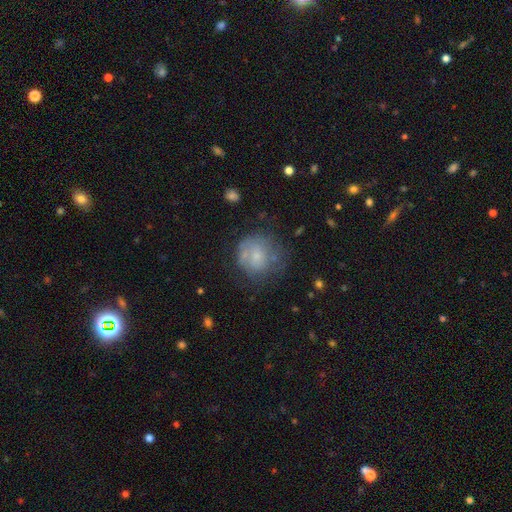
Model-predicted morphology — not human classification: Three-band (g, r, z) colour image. It shows a smooth galaxy with no disk features (52%) that is round (85%). Merging: none (55%).